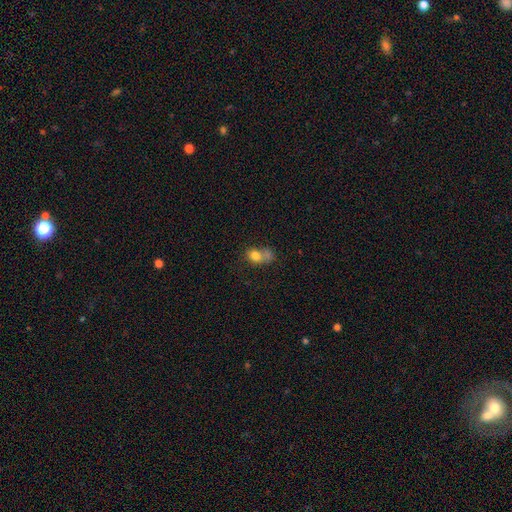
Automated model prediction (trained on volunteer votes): Morphology: type=smooth (75%); roundness=in between (54%); merging=merger (51%).